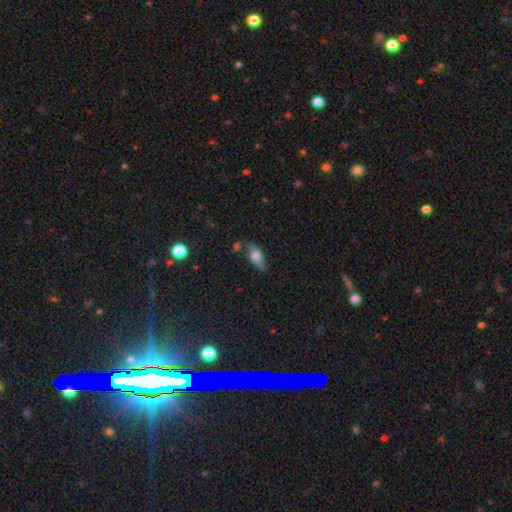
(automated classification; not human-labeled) A smooth galaxy with no disk features (49%). Merging: none (58%).